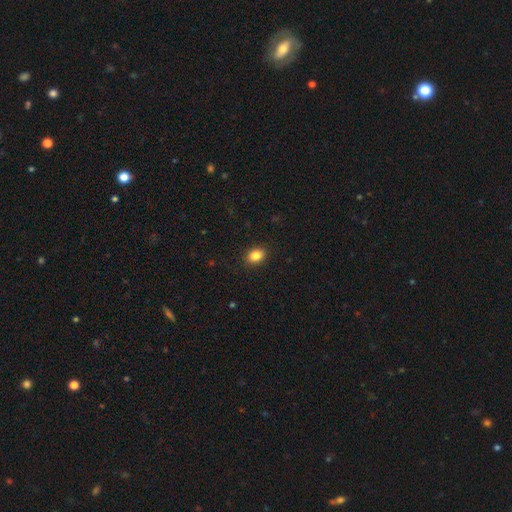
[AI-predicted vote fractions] Overall: smooth (85%). How rounded: in between (69%). Merging: none (89%).